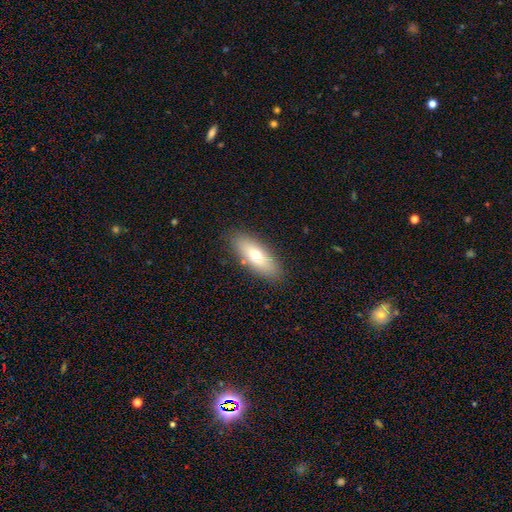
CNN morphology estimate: Smooth or featured?
  - smooth: 66% *
  - featured or disk: 26%
  - star or artifact: 7%
How rounded?
  - in between: 70% *
  - cigar-shaped: 27%
  - round: 3%
Merging?
  - none: 86% *
  - minor disturbance: 9%
  - major disturbance: 3%
  - merger: 2%